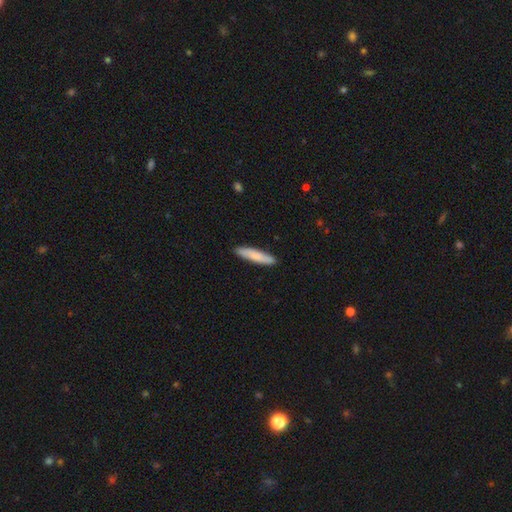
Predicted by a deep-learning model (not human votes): A smooth galaxy with no disk features (80%) that is cigar-shaped (86%). Merging: none (89%).